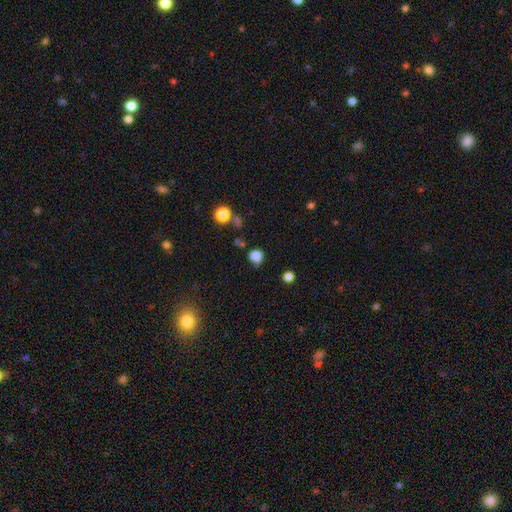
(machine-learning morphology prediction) Smooth or featured: smooth — 80% (star or artifact — 14%)
How rounded: round — 80% (in between — 19%)
Merging: none — 59% (minor disturbance — 25%)